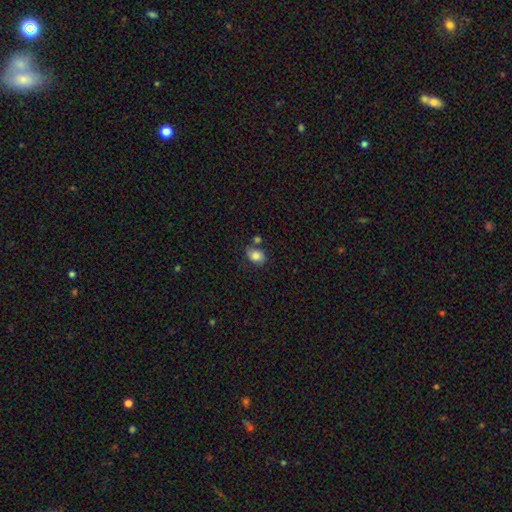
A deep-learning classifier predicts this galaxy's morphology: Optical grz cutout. It shows a smooth galaxy with no disk features (80%) that is in between round and cigar-shaped (68%). Merging: none (59%).